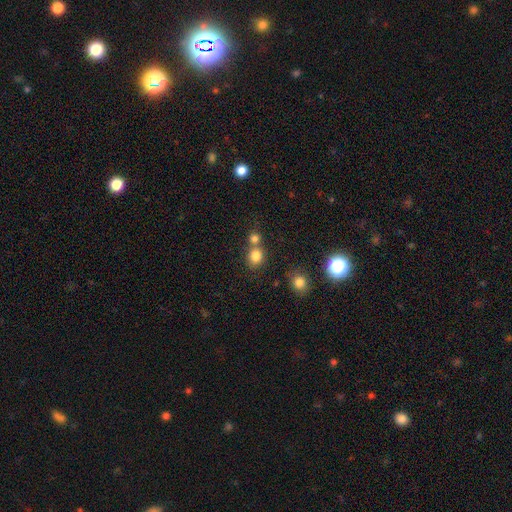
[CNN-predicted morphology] Q: Smooth or featured?
A: smooth (81%); runner-up: star or artifact (13%)
Q: How rounded?
A: round (74%); runner-up: in between (25%)
Q: Merging?
A: none (53%); runner-up: merger (36%)